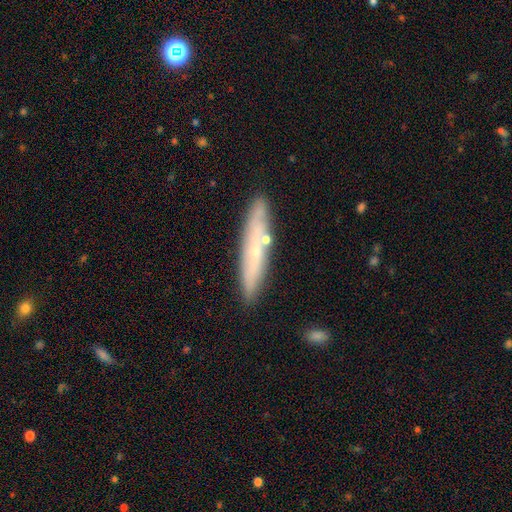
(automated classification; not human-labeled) Smooth or featured? featured or disk (47%)
Merging? none (83%)